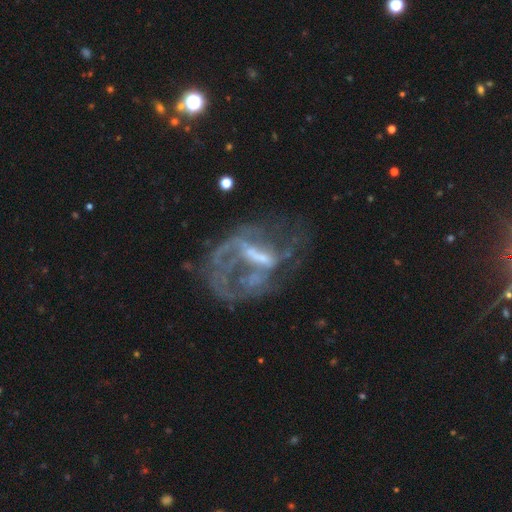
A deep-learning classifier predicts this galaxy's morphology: type=featured or disk (78%); edge-on=no (96%); bar=weak (38%); spiral arms=yes (58%); bulge=none (35%); merging=major disturbance (47%).